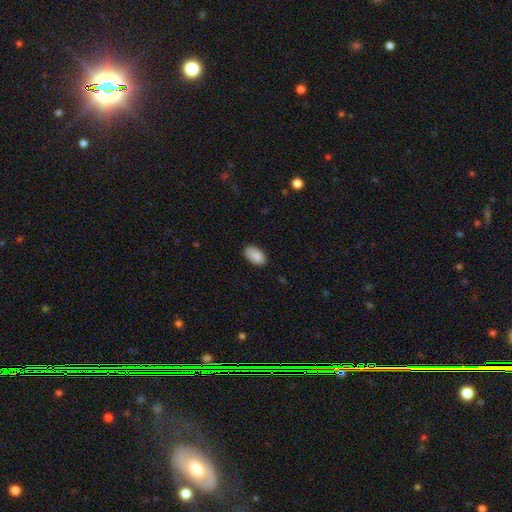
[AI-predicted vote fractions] Smooth or featured: smooth — 89% (star or artifact — 7%)
How rounded: in between — 95% (round — 4%)
Merging: none — 84% (minor disturbance — 13%)